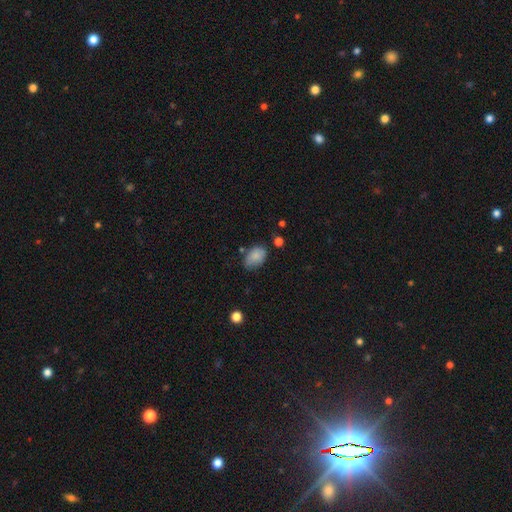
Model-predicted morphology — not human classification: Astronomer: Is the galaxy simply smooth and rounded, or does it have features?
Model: smooth — 84%.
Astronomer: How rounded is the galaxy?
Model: in between — 85%.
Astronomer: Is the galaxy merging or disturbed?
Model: none — 62%.